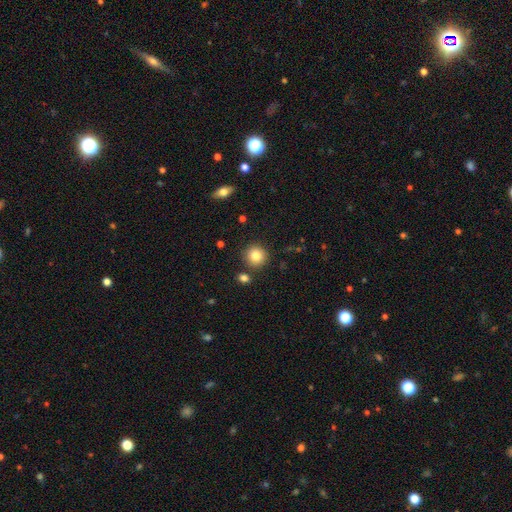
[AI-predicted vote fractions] A smooth galaxy with no disk features (82%) that is round (93%).

Vote fractions:
- Smooth or featured? smooth: 82% / star or artifact: 10% / featured or disk: 7%
- How rounded? round: 93% / in between: 6% / cigar-shaped: 1%
- Merging? none: 85% / minor disturbance: 7% / merger: 5% / major disturbance: 2%